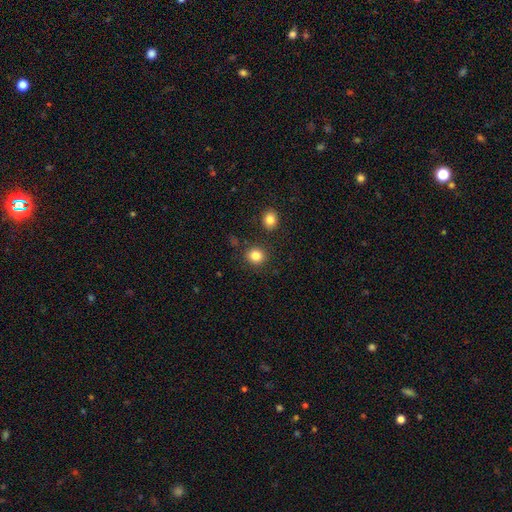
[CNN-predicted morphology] type=smooth (84%); roundness=round (82%); merging=none (86%).